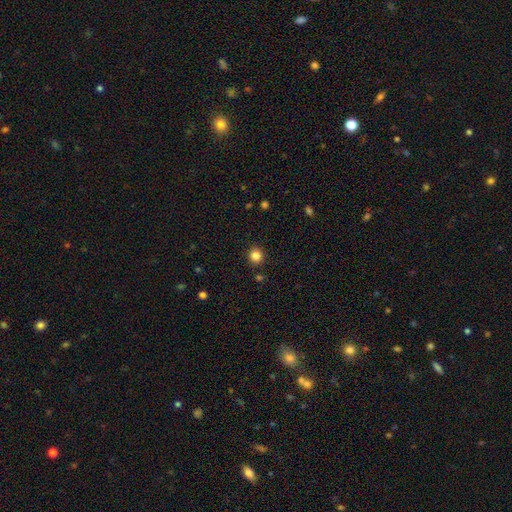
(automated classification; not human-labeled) Q: Smooth or featured?
A: smooth (83%); runner-up: star or artifact (12%)
Q: How rounded?
A: round (89%); runner-up: in between (10%)
Q: Merging?
A: none (91%); runner-up: minor disturbance (6%)